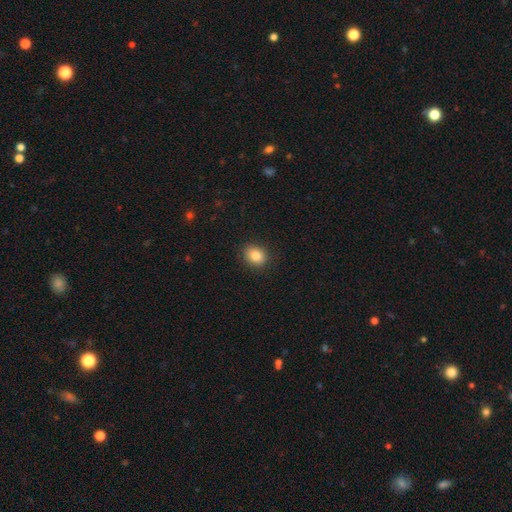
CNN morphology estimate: This is clearly a smooth galaxy (85%). How rounded: possibly round (53%). Merging: clearly none (88%).